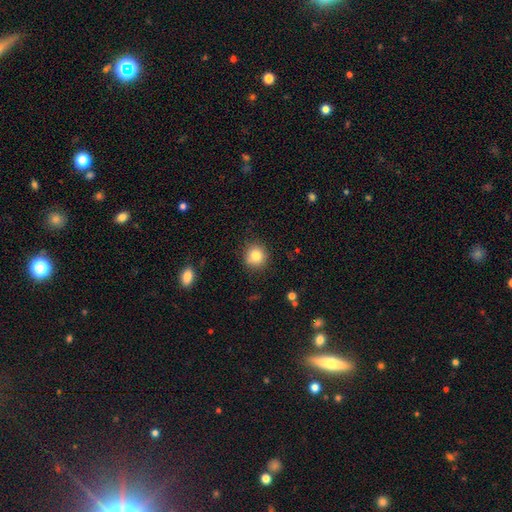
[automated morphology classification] Smooth or featured: smooth — 82% (star or artifact — 11%)
How rounded: round — 90% (in between — 9%)
Merging: none — 87% (minor disturbance — 9%)